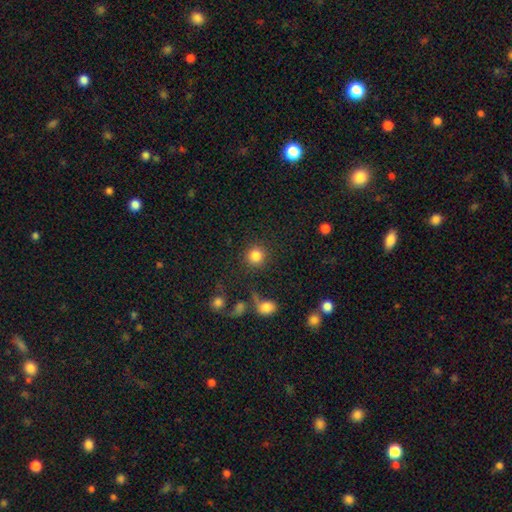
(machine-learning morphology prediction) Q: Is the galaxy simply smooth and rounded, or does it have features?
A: smooth — 84%.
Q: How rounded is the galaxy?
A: round — 93%.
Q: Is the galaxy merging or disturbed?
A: none — 85%.